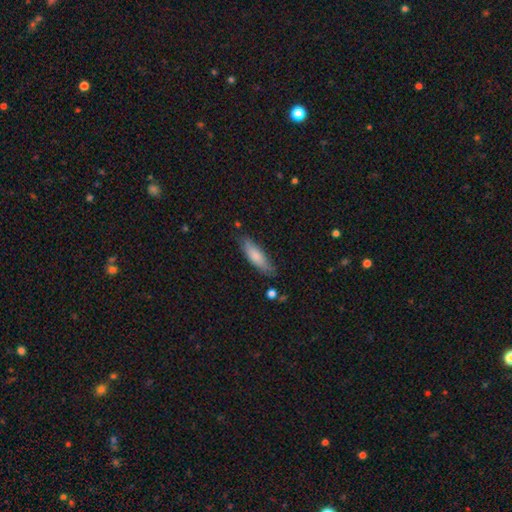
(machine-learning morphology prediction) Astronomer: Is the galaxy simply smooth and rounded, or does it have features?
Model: smooth — 78%.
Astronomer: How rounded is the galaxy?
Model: cigar-shaped — 58% (runner-up: in between, 41%).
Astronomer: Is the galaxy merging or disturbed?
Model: none — 76%.